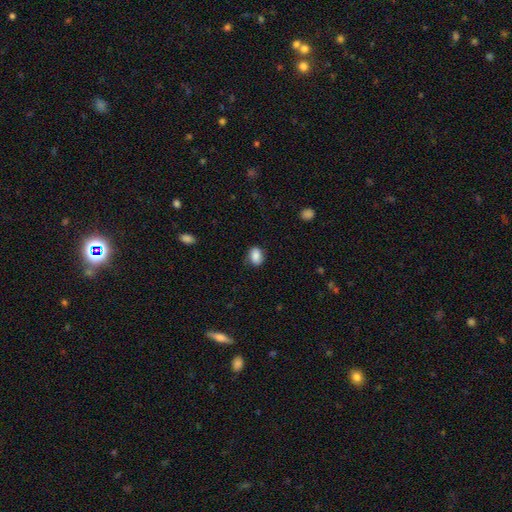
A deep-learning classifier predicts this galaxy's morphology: A smooth galaxy with no disk features (84%) that is in between round and cigar-shaped (76%). Merging: none (75%).